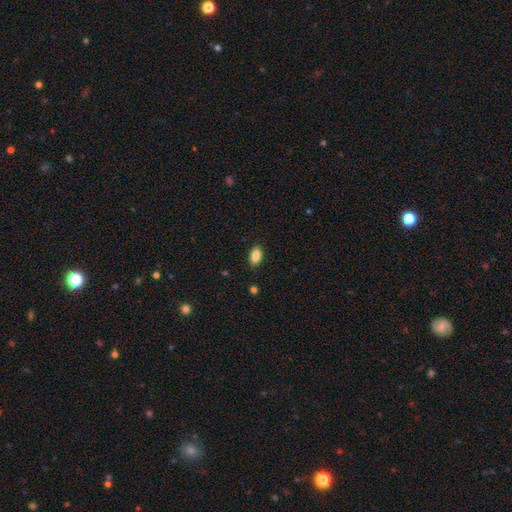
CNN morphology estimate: A smooth galaxy with no disk features (87%) that is in between round and cigar-shaped (91%). Merging: none (88%).